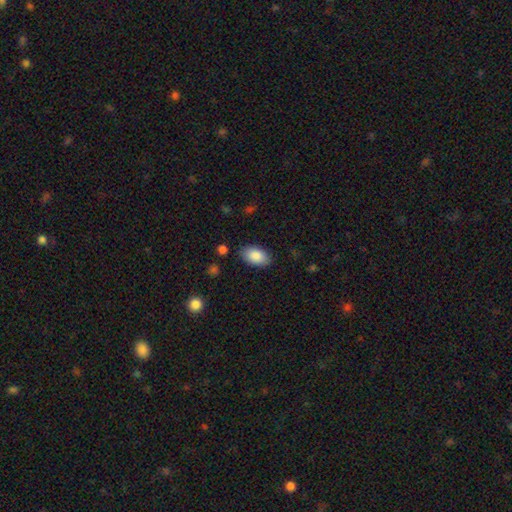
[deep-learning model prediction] Smooth or featured?
  - smooth: 87% *
  - star or artifact: 7%
  - featured or disk: 6%
How rounded?
  - in between: 93% *
  - round: 6%
  - cigar-shaped: 1%
Merging?
  - none: 85% *
  - minor disturbance: 11%
  - major disturbance: 3%
  - merger: 2%